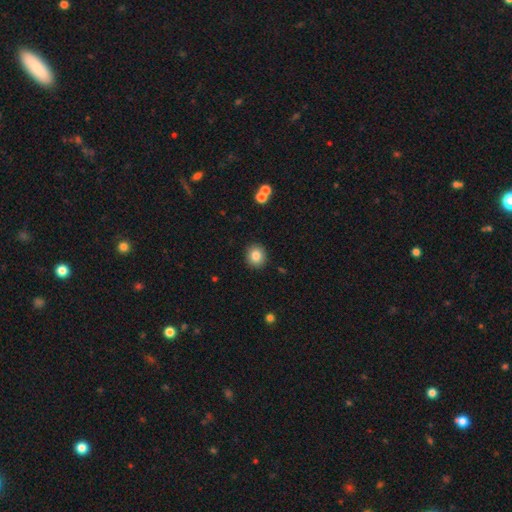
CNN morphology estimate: This appears to be a smooth galaxy with no disk features (83%) that is round (79%). Merging: none (90%).